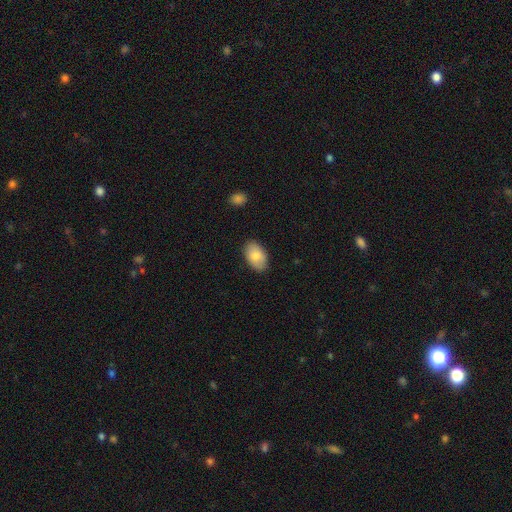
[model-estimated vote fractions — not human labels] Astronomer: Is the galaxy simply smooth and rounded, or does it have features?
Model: smooth — 82%.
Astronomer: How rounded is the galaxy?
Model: in between — 92%.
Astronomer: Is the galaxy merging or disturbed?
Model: none — 86%.